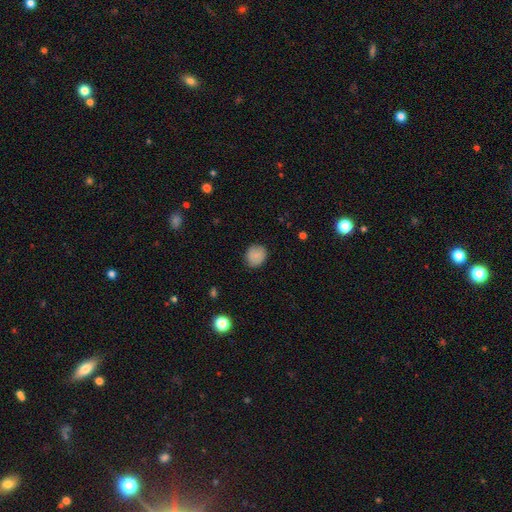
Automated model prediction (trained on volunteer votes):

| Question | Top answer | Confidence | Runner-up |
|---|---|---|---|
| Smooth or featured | smooth | 83% | featured or disk (9%) |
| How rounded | round | 77% | in between (22%) |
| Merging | none | 86% | minor disturbance (11%) |